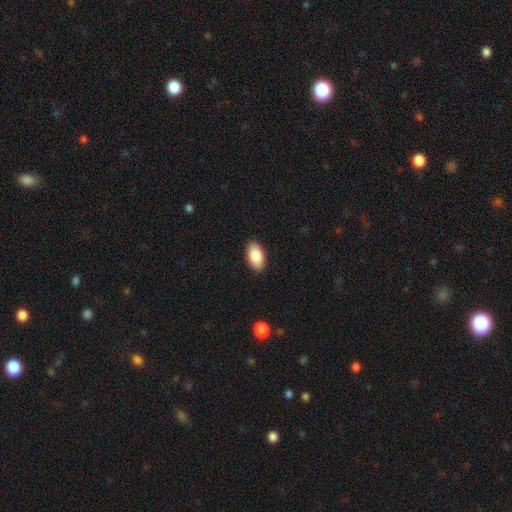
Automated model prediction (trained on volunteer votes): Smooth or featured: smooth — 85% (featured or disk — 9%)
How rounded: in between — 95% (round — 3%)
Merging: none — 90% (minor disturbance — 8%)